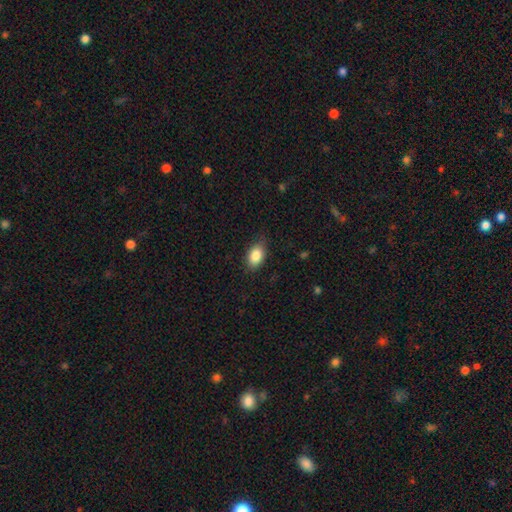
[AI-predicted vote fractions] Smooth or featured?
  - smooth: 86% *
  - star or artifact: 7%
  - featured or disk: 7%
How rounded?
  - in between: 89% *
  - round: 9%
  - cigar-shaped: 2%
Merging?
  - none: 80% *
  - minor disturbance: 16%
  - major disturbance: 3%
  - merger: 1%